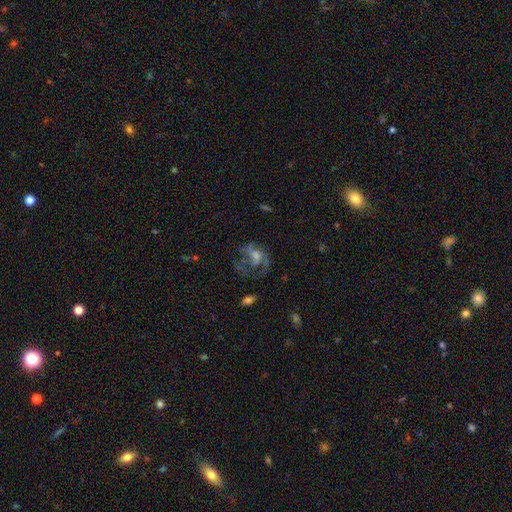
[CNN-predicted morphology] Q: Smooth or featured?
A: featured or disk (60%); runner-up: smooth (22%)
Q: Edge-on disk?
A: no (96%); runner-up: yes (4%)
Q: Bar?
A: no (64%); runner-up: weak (29%)
Q: Spiral arms?
A: yes (58%); runner-up: no (42%)
Q: Bulge size?
A: moderate (37%); runner-up: small (30%)
Q: Merging?
A: none (42%); runner-up: major disturbance (38%)